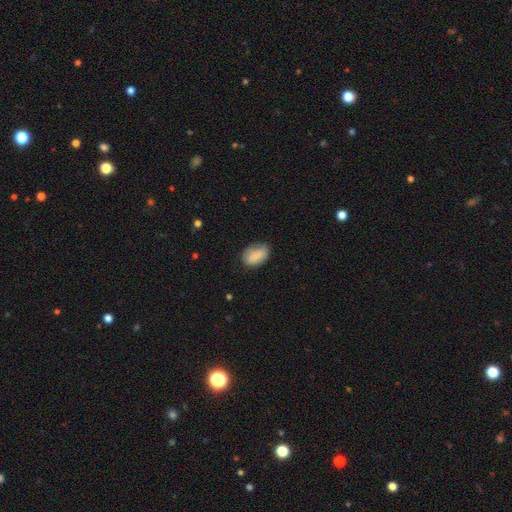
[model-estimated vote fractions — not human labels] Smooth or featured?
  - smooth: 83% *
  - featured or disk: 9%
  - star or artifact: 7%
How rounded?
  - in between: 88% *
  - round: 10%
  - cigar-shaped: 2%
Merging?
  - none: 66% *
  - minor disturbance: 26%
  - major disturbance: 6%
  - merger: 2%